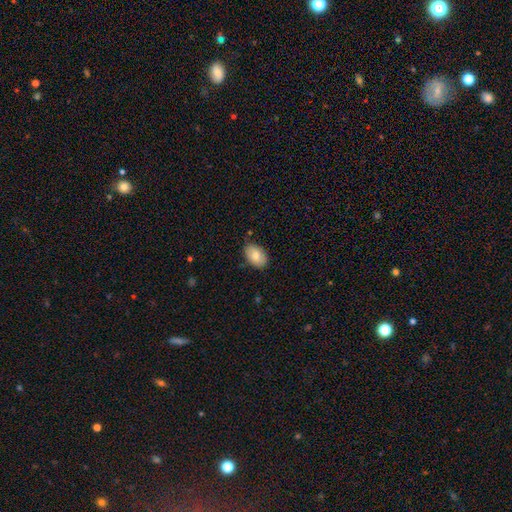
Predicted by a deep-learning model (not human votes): Q: Smooth or featured?
A: smooth (81%); runner-up: featured or disk (12%)
Q: How rounded?
A: in between (89%); runner-up: round (9%)
Q: Merging?
A: none (81%); runner-up: minor disturbance (15%)